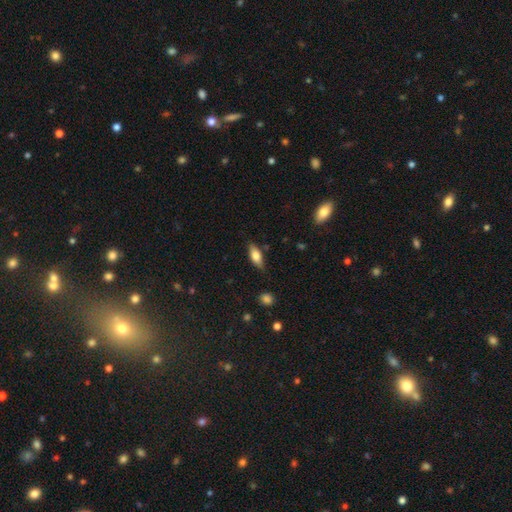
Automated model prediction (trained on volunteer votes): Smooth or featured? smooth (71%)
How rounded? in between (72%)
Merging? none (79%)